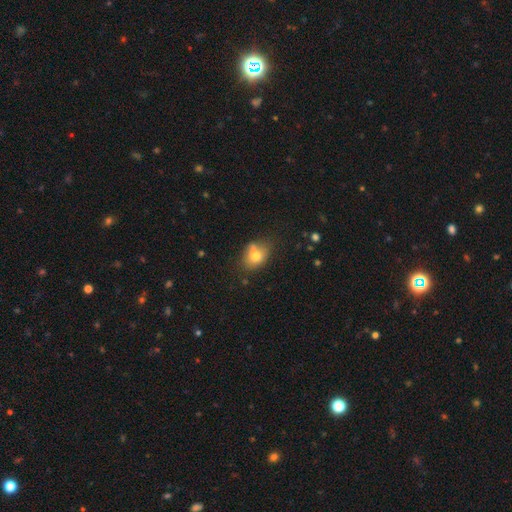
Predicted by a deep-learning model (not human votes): This is likely a smooth galaxy (71%). How rounded: likely in between (64%). Merging: possibly none (46%).